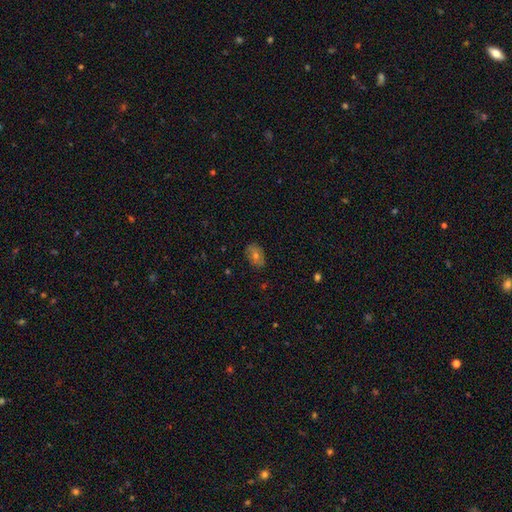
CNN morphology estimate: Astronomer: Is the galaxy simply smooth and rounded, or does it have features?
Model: smooth — 47% (runner-up: featured or disk, 37%).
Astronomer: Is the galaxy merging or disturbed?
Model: none — 81%.